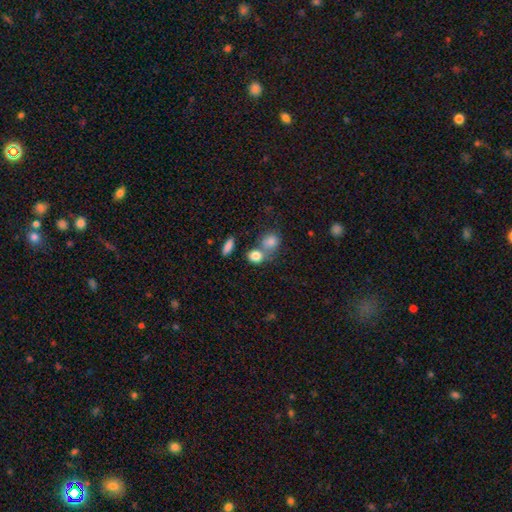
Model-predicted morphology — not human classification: Smooth or featured? Predicted: smooth (p=0.82). How rounded? Predicted: round (p=0.67). Merging? Predicted: none (p=0.47).